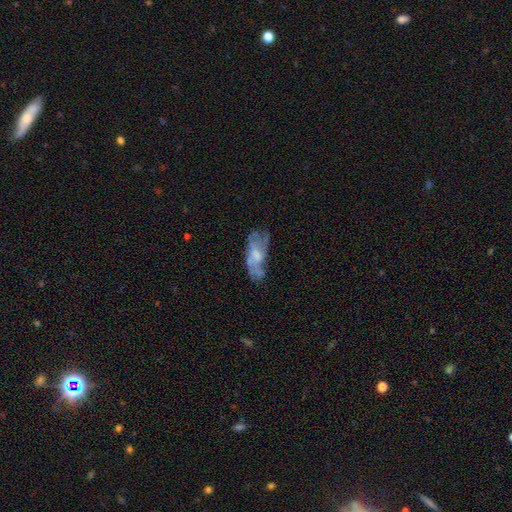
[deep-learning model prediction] A featured or disk galaxy (56%). Merging: none (51%).